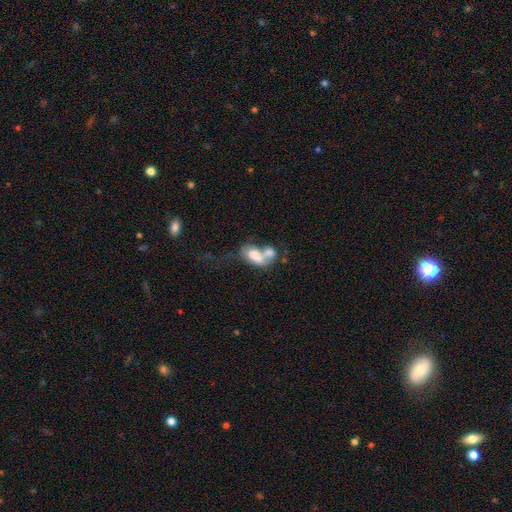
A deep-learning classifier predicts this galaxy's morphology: smooth 65%, featured or disk 27%, star or artifact 8%. Down the decision tree: how rounded — in between (87%); merging — merger (66%).